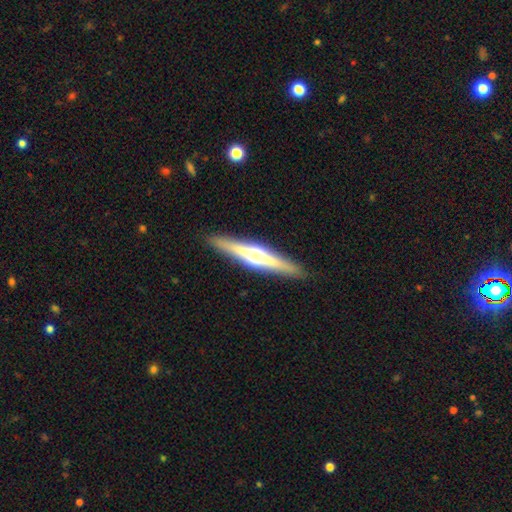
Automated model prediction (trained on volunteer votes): smooth_or_featured: featured or disk (p=0.68) [alt: smooth p=0.26]
disk_edge_on: yes (p=0.97) [alt: no p=0.03]
edge_on_bulge: rounded (p=0.91) [alt: boxy p=0.05]
merging: none (p=0.91) [alt: minor disturbance p=0.06]